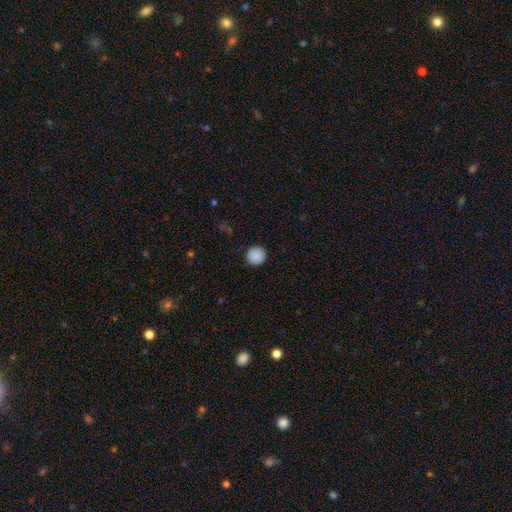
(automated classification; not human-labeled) smooth-or-featured: smooth: 89% | star or artifact: 8% | featured or disk: 3%
  how-rounded: round: 96% | in between: 3% | cigar-shaped: 1%
  merging: none: 92% | minor disturbance: 5% | major disturbance: 2% | merger: 1%